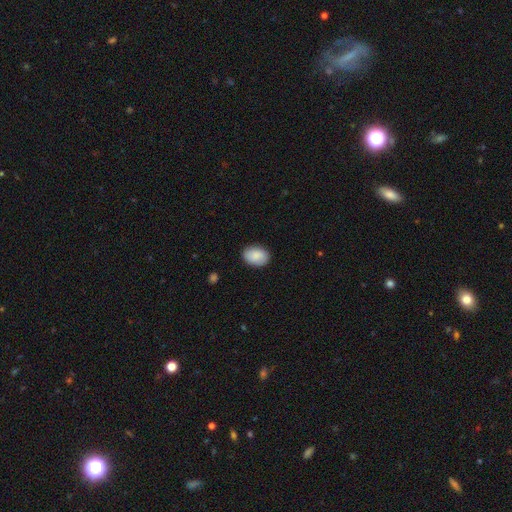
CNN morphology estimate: type=smooth (87%); roundness=in between (80%); merging=none (87%).